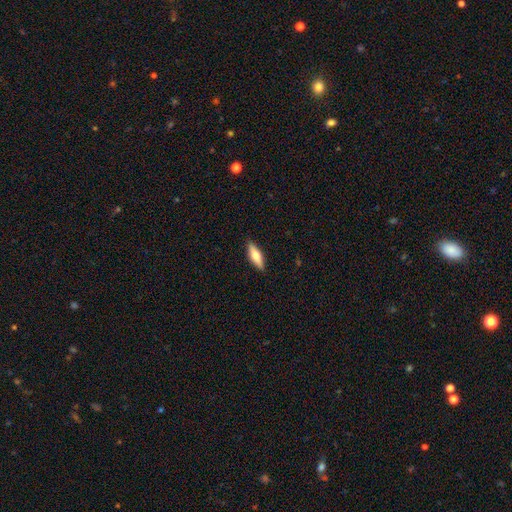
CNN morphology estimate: Smooth or featured: smooth — 61% (featured or disk — 33%)
How rounded: cigar-shaped — 49% (tied with in between — 49%)
Merging: none — 89% (minor disturbance — 8%)